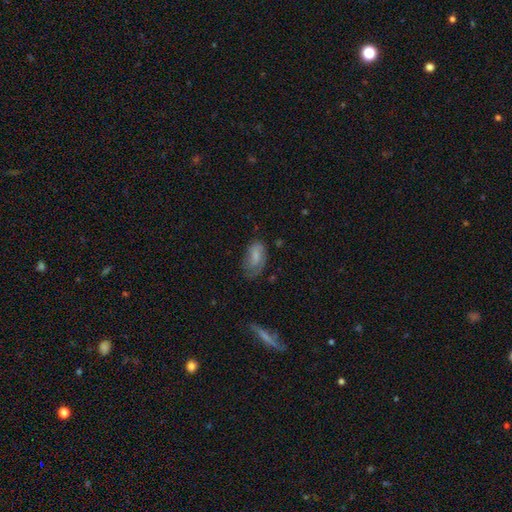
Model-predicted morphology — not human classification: Smooth or featured? smooth (72%)
How rounded? in between (91%)
Merging? none (52%)